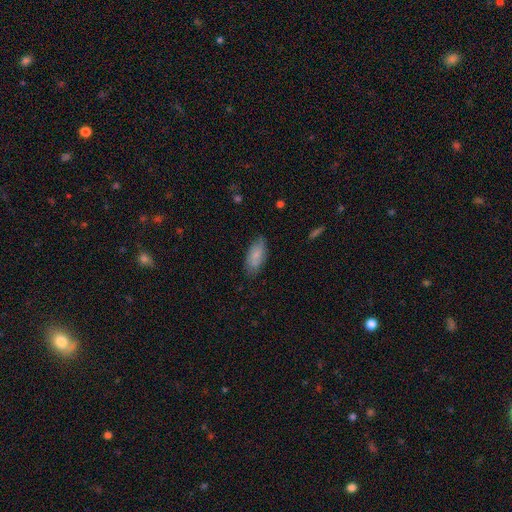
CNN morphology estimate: smooth_or_featured: smooth (p=0.73) [alt: featured or disk p=0.20]
how_rounded: in between (p=0.88) [alt: cigar-shaped p=0.09]
merging: none (p=0.74) [alt: minor disturbance p=0.21]